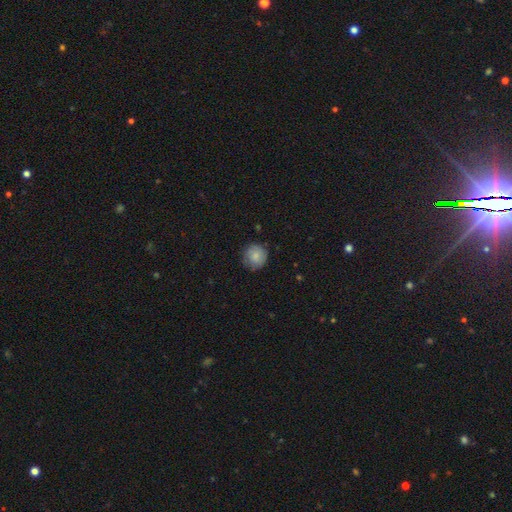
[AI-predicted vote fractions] This is likely a smooth galaxy (78%). How rounded: clearly round (92%). Merging: likely none (78%).